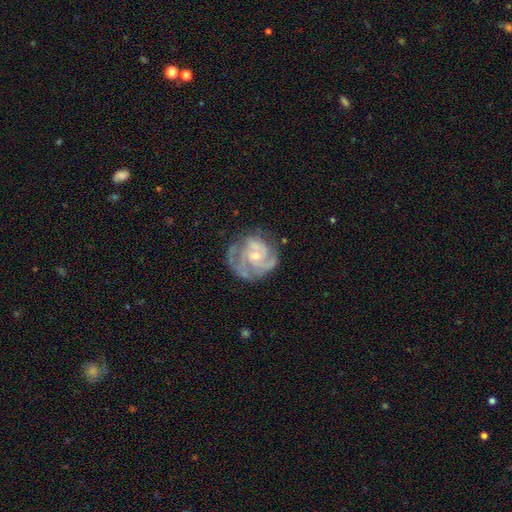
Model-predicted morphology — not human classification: Q: Smooth or featured?
A: featured or disk (85%); runner-up: smooth (9%)
Q: Edge-on disk?
A: no (98%); runner-up: yes (2%)
Q: Bar?
A: no (68%); runner-up: weak (26%)
Q: Spiral arms?
A: yes (93%); runner-up: no (7%)
Q: Spiral winding?
A: tight (59%); runner-up: medium (34%)
Q: Spiral arm count?
A: 3 (30%); runner-up: 2 (27%)
Q: Bulge size?
A: small (58%); runner-up: moderate (39%)
Q: Merging?
A: none (63%); runner-up: minor disturbance (22%)